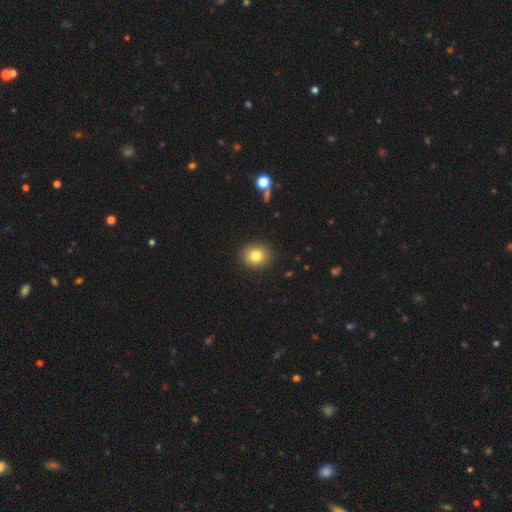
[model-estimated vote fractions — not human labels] Smooth or featured? smooth (81%)
How rounded? round (72%)
Merging? none (89%)